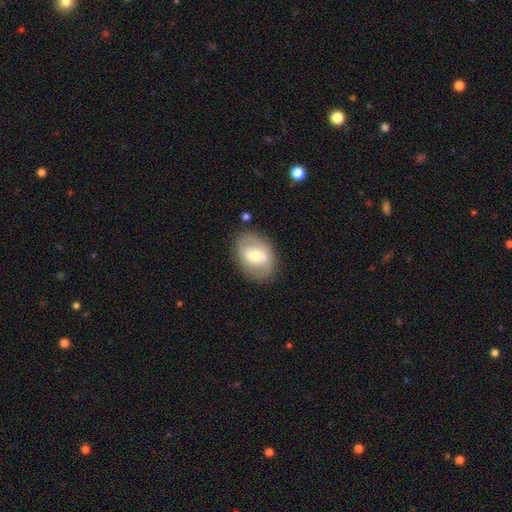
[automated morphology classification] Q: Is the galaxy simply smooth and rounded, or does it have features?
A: smooth — 51%.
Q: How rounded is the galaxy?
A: in between — 76%.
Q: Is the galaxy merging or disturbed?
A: none — 81%.